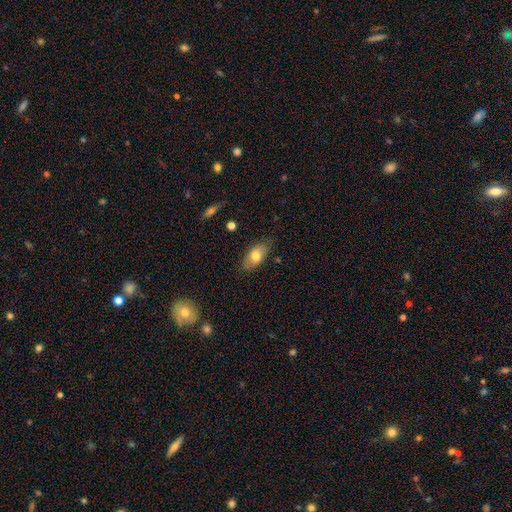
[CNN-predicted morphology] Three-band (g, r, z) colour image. It shows a smooth galaxy with no disk features (74%) that is in between round and cigar-shaped (91%). Merging: none (80%).